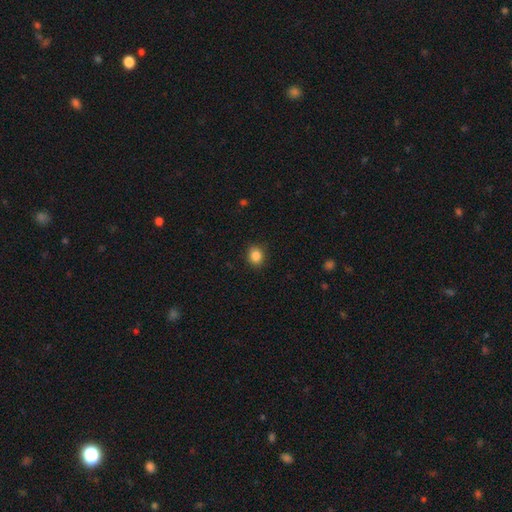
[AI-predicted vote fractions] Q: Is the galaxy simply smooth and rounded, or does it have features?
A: smooth — 86%.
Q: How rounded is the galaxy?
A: round — 65%.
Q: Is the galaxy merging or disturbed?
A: none — 89%.